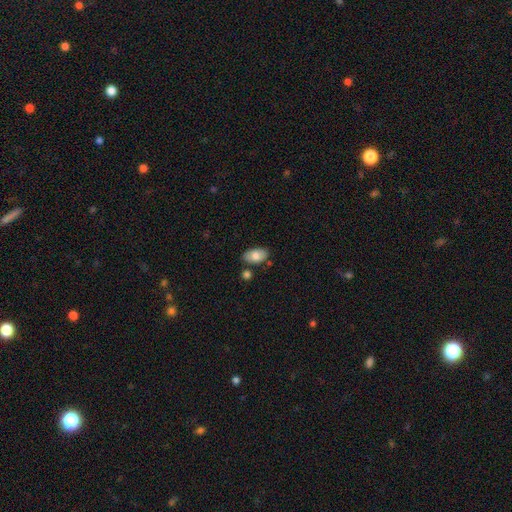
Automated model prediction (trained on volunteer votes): Smooth or featured? smooth (77%)
How rounded? in between (93%)
Merging? none (76%)